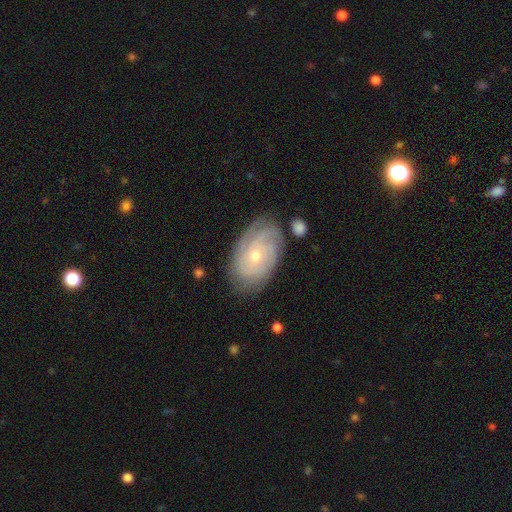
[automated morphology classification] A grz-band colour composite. It shows a featured or disk galaxy (77%) with no bar (80%), tight (71%) spiral arms (93%) and a small central bulge (62%). Merging: none (76%).